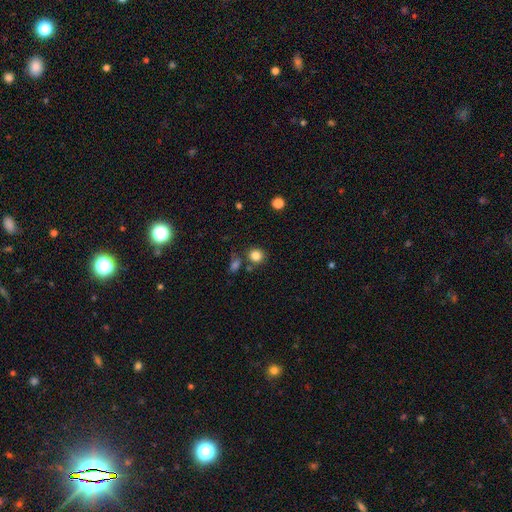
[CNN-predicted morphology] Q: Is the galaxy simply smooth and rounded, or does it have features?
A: smooth — 83%.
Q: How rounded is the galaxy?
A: round — 85%.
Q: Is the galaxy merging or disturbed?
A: none — 77%.